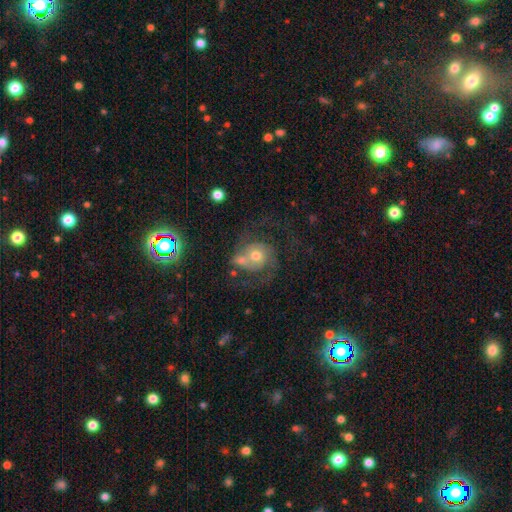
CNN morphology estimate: Smooth or featured? featured or disk (68%)
Edge-on disk? no (98%)
Bar? no (75%)
Spiral arms? yes (86%)
Spiral winding? medium (47%)
Spiral arm count? 2 (67%)
Bulge size? moderate (63%)
Merging? none (42%)